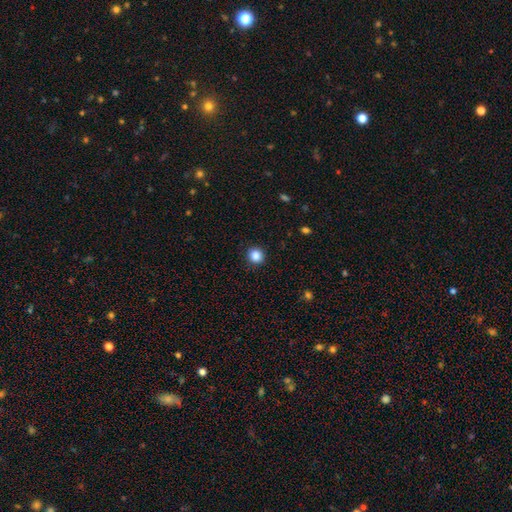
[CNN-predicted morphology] smooth_or_featured: smooth (p=0.86) [alt: star or artifact p=0.10]
how_rounded: round (p=0.89) [alt: in between p=0.10]
merging: none (p=0.91) [alt: minor disturbance p=0.06]